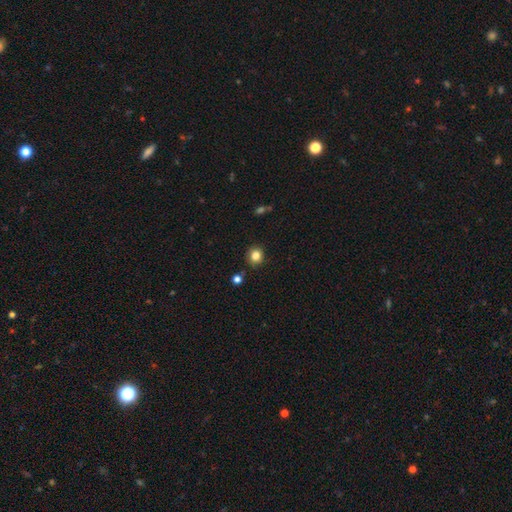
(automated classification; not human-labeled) Smooth or featured? Predicted: smooth (p=0.82). How rounded? Predicted: round (p=0.87). Merging? Predicted: none (p=0.88).